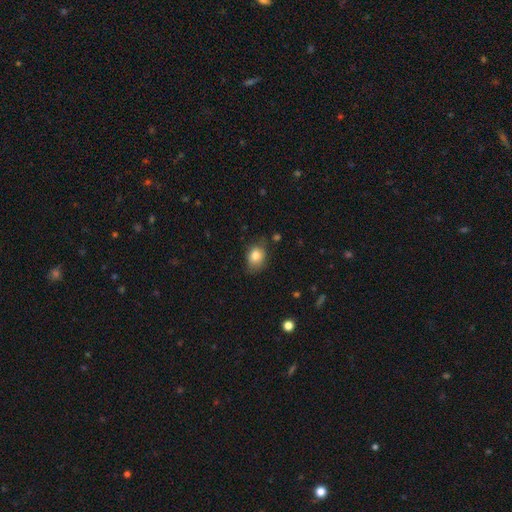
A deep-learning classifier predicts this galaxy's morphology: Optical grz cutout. It shows a smooth galaxy with no disk features (82%) that is in between round and cigar-shaped (65%). Merging: none (68%).